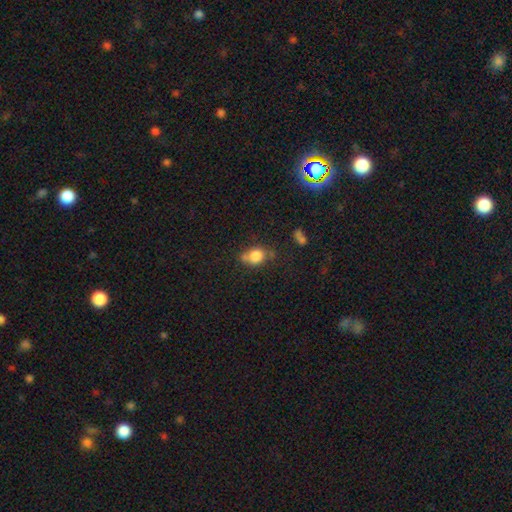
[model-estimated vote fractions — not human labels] A smooth galaxy with no disk features (79%) that is round (54%).

Vote fractions:
- Smooth or featured? smooth: 79% / featured or disk: 11% / star or artifact: 10%
- How rounded? round: 54% / in between: 44% / cigar-shaped: 2%
- Merging? none: 51% / minor disturbance: 24% / merger: 16% / major disturbance: 8%